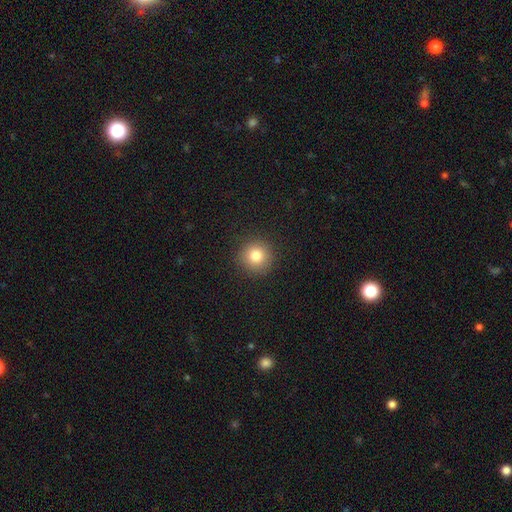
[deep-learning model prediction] This is clearly a smooth galaxy (80%). How rounded: clearly round (94%). Merging: clearly none (91%).